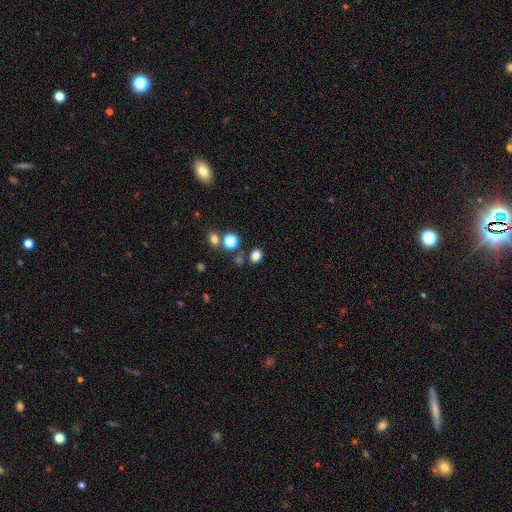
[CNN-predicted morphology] smooth 79%, star or artifact 16%, featured or disk 5%. Down the decision tree: how rounded — round (56%); merging — none (79%).